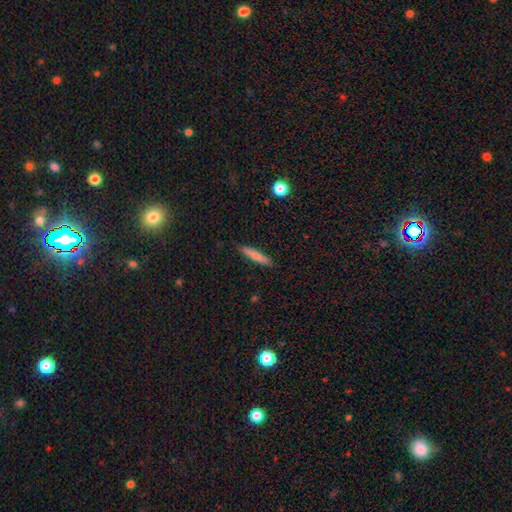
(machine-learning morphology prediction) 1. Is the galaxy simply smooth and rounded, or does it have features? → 77% smooth, 16% featured or disk, 6% star or artifact.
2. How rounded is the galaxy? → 88% cigar-shaped, 11% in between, 2% round.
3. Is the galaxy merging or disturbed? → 89% none, 8% minor disturbance, 2% major disturbance, 1% merger.